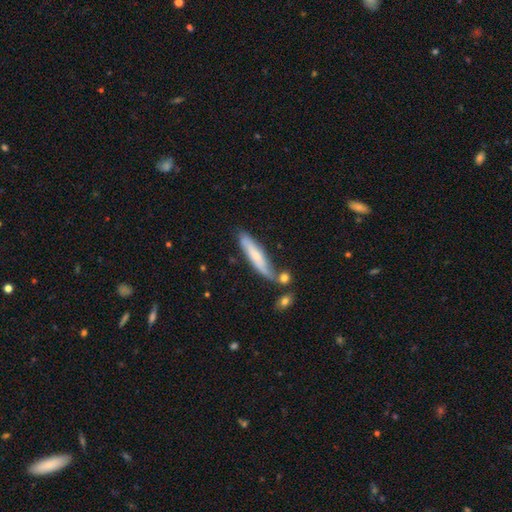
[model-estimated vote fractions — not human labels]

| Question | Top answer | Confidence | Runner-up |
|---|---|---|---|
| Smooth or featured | smooth | 57% | featured or disk (37%) |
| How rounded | cigar-shaped | 87% | in between (12%) |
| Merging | none | 60% | minor disturbance (21%) |